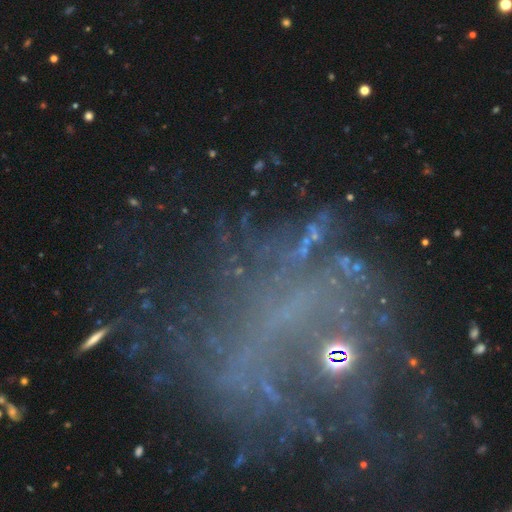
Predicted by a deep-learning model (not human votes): Smooth or featured: featured or disk — 51% (star or artifact — 35%)
Edge-on disk: no — 94% (yes — 6%)
Merging: none — 48% (major disturbance — 30%)